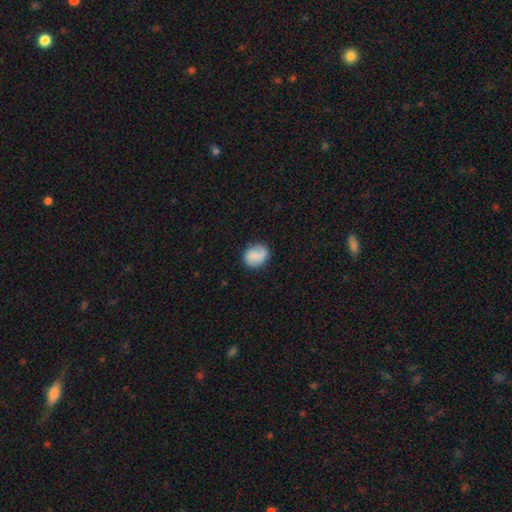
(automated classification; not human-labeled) Overall: smooth (66%). How rounded: round (68%; in between 31%). Merging: none (79%).